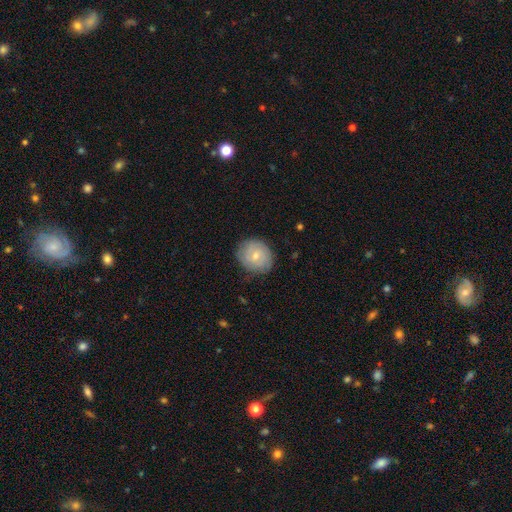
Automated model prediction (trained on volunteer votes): This is possibly a smooth galaxy (51%). How rounded: likely round (74%). Merging: likely none (79%).